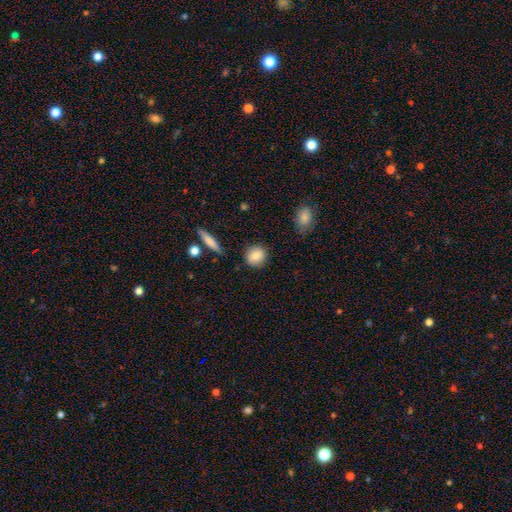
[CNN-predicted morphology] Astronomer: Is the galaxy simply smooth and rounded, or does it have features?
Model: smooth — 85%.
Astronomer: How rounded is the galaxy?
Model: round — 83%.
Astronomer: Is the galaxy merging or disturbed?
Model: none — 87%.